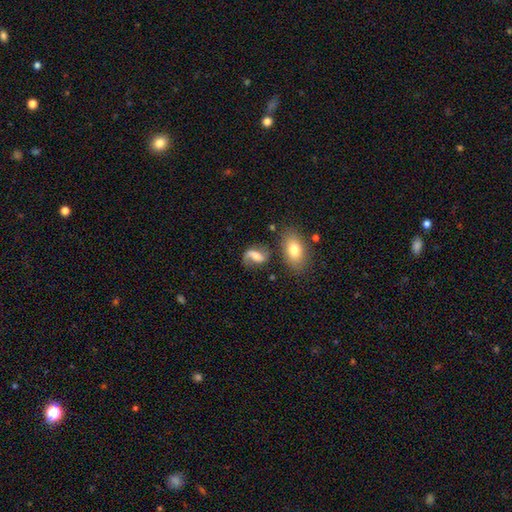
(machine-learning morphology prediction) type=featured or disk (62%); edge-on=no (96%); bar=weak (43%); spiral arms=yes (89%); winding=loose (66%); arm count=2 (77%); bulge=moderate (42%); merging=none (60%).